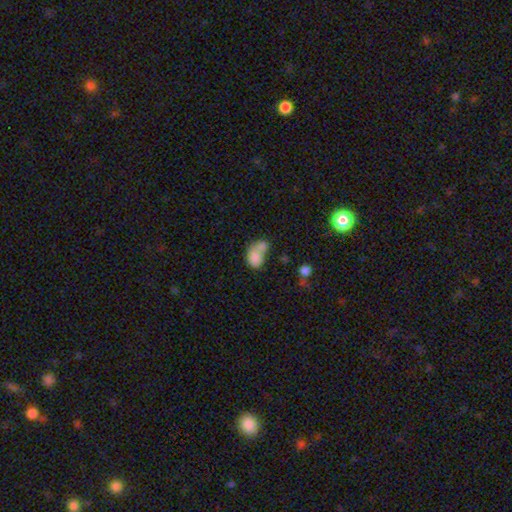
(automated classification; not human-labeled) A smooth galaxy with no disk features (77%) that is in between round and cigar-shaped (75%). Merging: merger (55%).